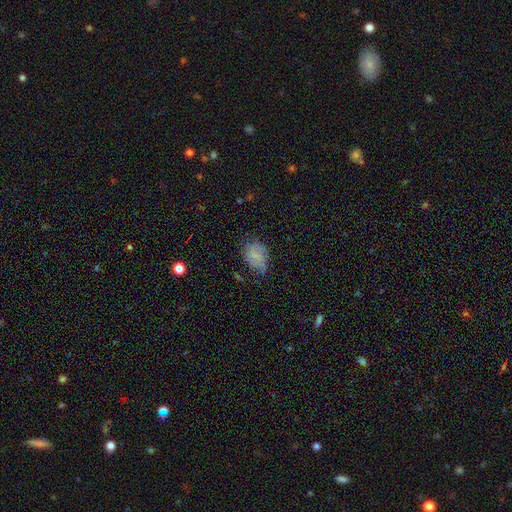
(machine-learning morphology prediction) smooth-or-featured: smooth: 59% | featured or disk: 28% | star or artifact: 12%
  how-rounded: in between: 73% | round: 26% | cigar-shaped: 1%
  merging: none: 57% | minor disturbance: 29% | major disturbance: 11% | merger: 2%